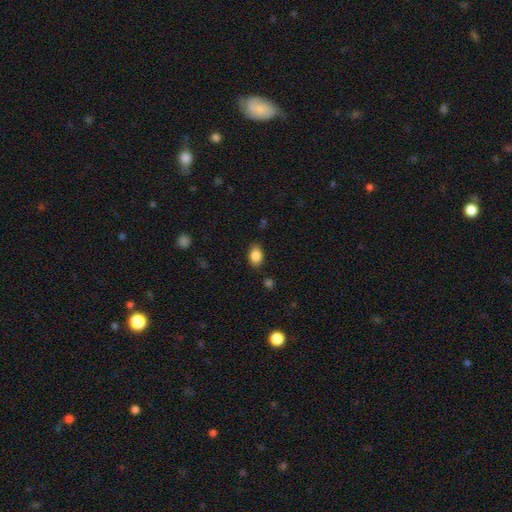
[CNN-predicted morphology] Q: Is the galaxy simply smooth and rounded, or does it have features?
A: smooth — 85%.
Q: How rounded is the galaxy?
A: in between — 83%.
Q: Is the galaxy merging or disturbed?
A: none — 82%.